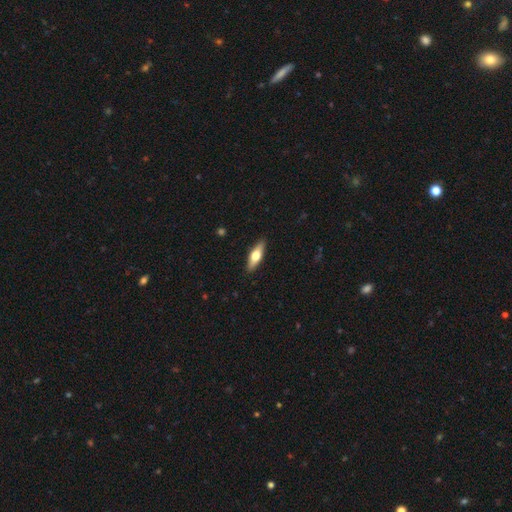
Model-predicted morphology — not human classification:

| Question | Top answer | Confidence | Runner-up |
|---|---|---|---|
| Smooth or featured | smooth | 55% | featured or disk (40%) |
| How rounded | in between | 51% | cigar-shaped (47%) |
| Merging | none | 90% | minor disturbance (8%) |